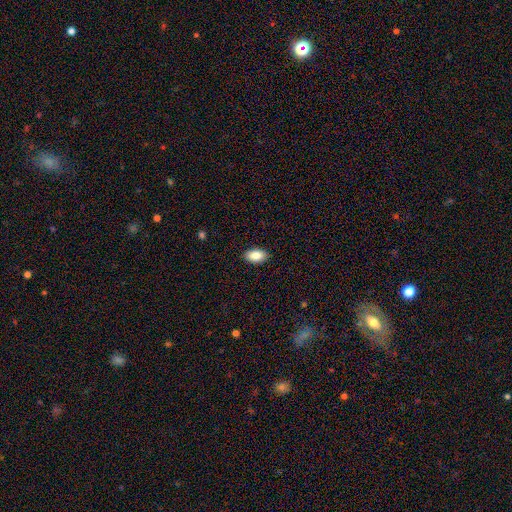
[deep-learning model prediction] The model was most divided on "smooth or featured": smooth: 86%, featured or disk: 7%, star or artifact: 7%. More confident: how rounded — in between (93%); merging — none (89%).